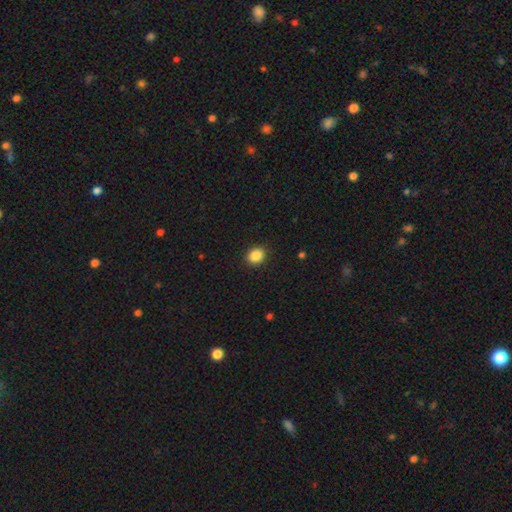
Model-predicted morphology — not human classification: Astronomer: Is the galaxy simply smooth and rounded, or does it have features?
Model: smooth — 87%.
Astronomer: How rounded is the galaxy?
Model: round — 60% (runner-up: in between, 39%).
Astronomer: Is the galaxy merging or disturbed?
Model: none — 90%.